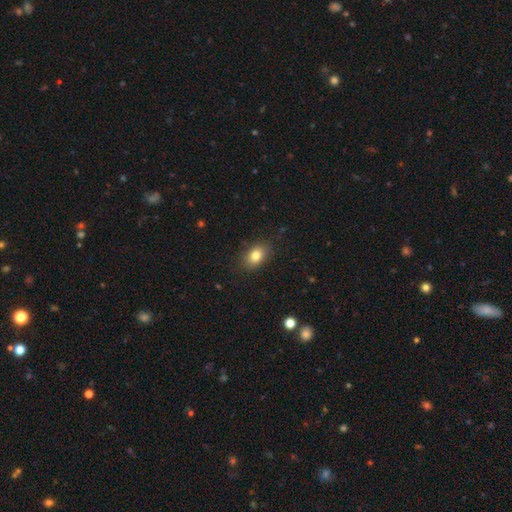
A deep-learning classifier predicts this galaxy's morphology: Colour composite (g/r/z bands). It shows a smooth galaxy with no disk features (82%) that is in between round and cigar-shaped (77%). Merging: none (86%).